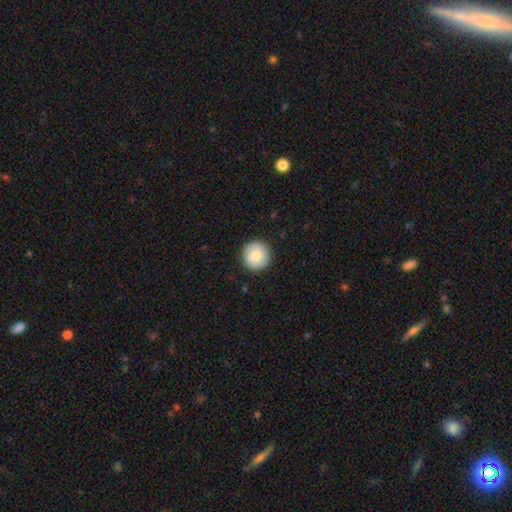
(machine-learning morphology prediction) A smooth galaxy with no disk features (81%) that is round (96%).

Vote fractions:
- Smooth or featured? smooth: 81% / featured or disk: 11% / star or artifact: 7%
- How rounded? round: 96% / in between: 3% / cigar-shaped: 1%
- Merging? none: 91% / minor disturbance: 7% / major disturbance: 2% / merger: 1%